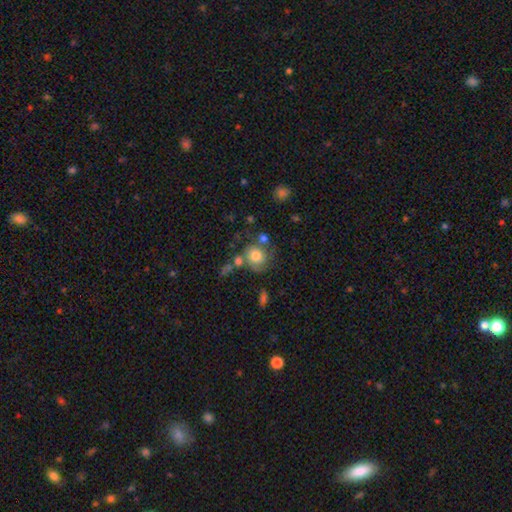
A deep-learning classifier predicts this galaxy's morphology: A smooth galaxy with no disk features (65%) that is round (79%). Merging: none (47%).